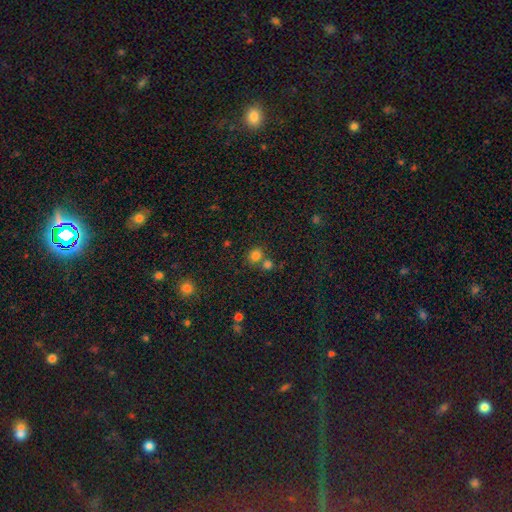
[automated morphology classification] Smooth or featured: smooth — 79% (star or artifact — 15%)
How rounded: round — 67% (in between — 32%)
Merging: none — 62% (merger — 26%)